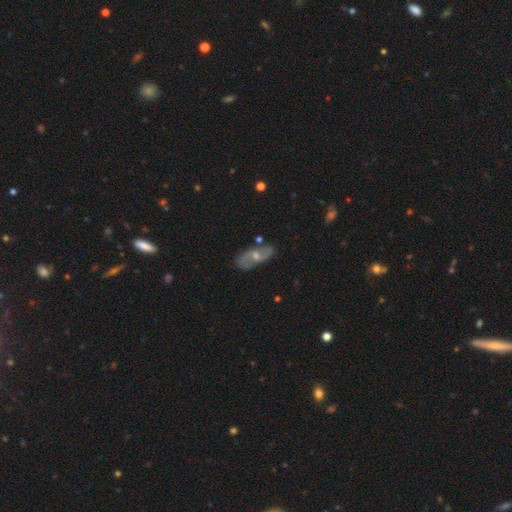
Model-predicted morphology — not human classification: Smooth or featured: featured or disk — 72% (smooth — 22%)
Edge-on disk: no — 91% (yes — 9%)
Bar: weak — 48% (no — 41%)
Spiral arms: yes — 86% (no — 14%)
Spiral winding: loose — 42% (tied with medium — 42%)
Spiral arm count: 2 — 87% (can't tell — 8%)
Bulge size: moderate — 47% (small — 46%)
Merging: none — 79% (minor disturbance — 14%)